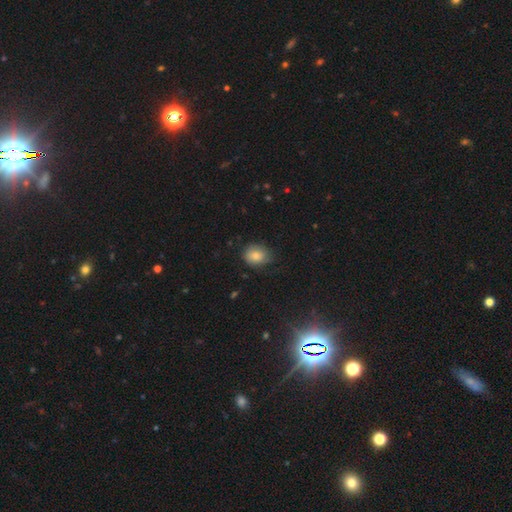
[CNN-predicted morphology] type=smooth (79%); roundness=round (59%); merging=none (70%).